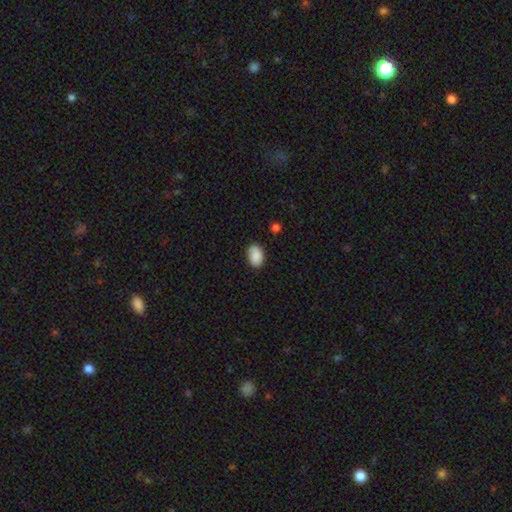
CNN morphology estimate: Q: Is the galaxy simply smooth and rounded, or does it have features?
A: smooth — 87%.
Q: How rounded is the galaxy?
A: in between — 88%.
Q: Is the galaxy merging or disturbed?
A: none — 76%.